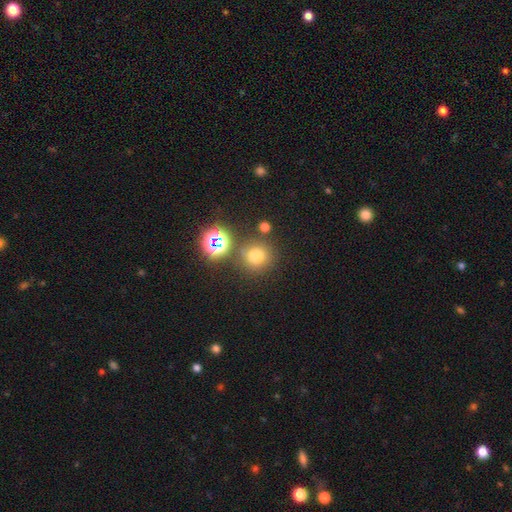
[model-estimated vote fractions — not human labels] The model was most divided on "smooth or featured": smooth: 68%, star or artifact: 24%, featured or disk: 8%. More confident: how rounded — round (91%); merging — none (77%).